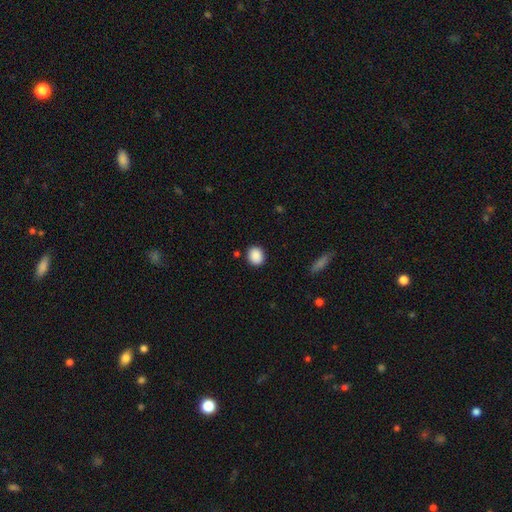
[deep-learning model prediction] Morphology: type=smooth (89%); roundness=round (67%); merging=none (87%).